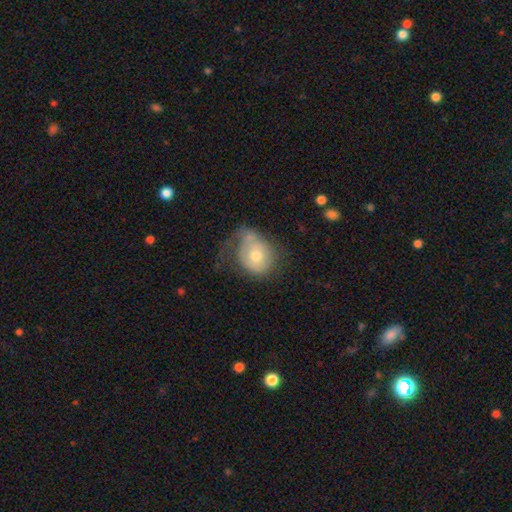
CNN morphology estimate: This is possibly a smooth galaxy (54%). How rounded: possibly round (58%). Merging: marginally major disturbance (34%).